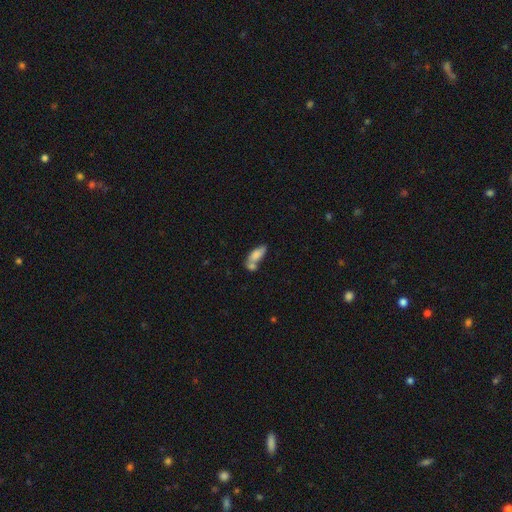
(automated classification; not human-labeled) Q: Smooth or featured?
A: smooth (79%); runner-up: featured or disk (13%)
Q: How rounded?
A: in between (80%); runner-up: cigar-shaped (18%)
Q: Merging?
A: merger (49%); runner-up: none (33%)